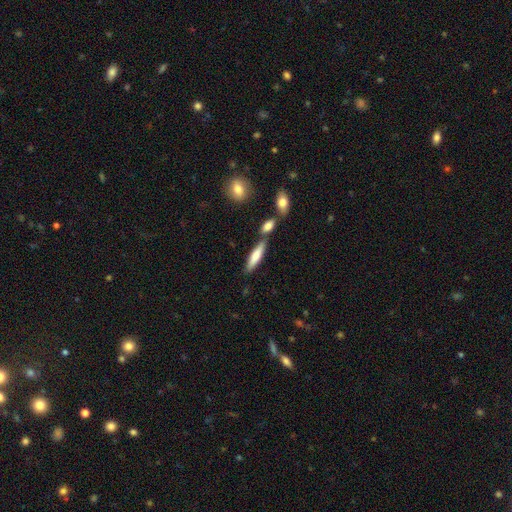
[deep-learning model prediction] Smooth or featured: smooth — 66% (featured or disk — 29%)
How rounded: cigar-shaped — 70% (in between — 28%)
Merging: none — 73% (merger — 13%)